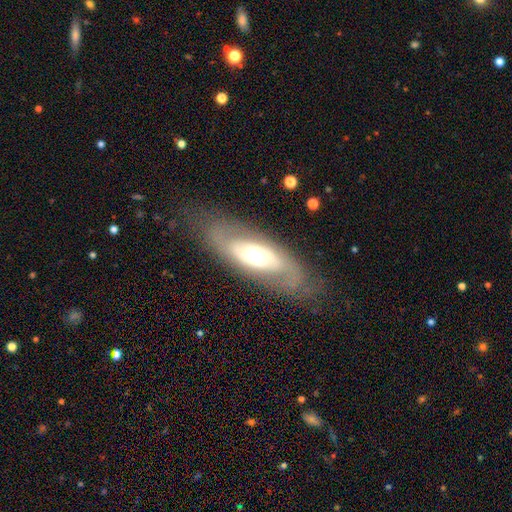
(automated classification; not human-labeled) Smooth or featured: featured or disk — 60% (smooth — 33%)
Edge-on disk: no — 80% (yes — 20%)
Merging: none — 74% (minor disturbance — 14%)